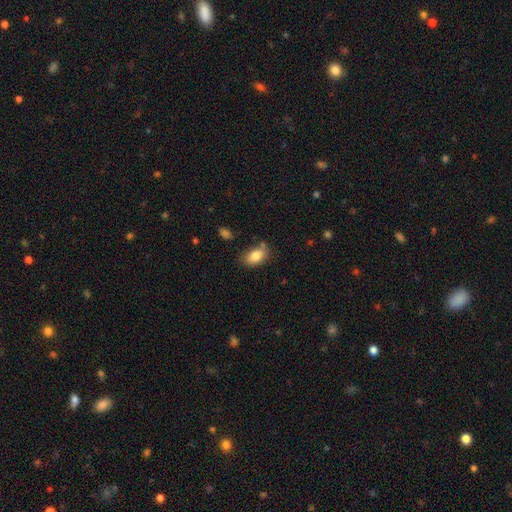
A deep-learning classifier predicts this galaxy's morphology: smooth 83%, featured or disk 9%, star or artifact 8%. Down the decision tree: how rounded — in between (88%); merging — none (67%).